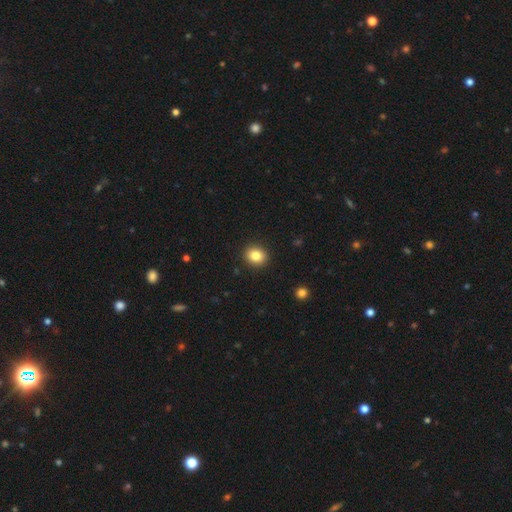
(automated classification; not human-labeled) Smooth or featured? smooth (84%)
How rounded? round (70%)
Merging? none (92%)